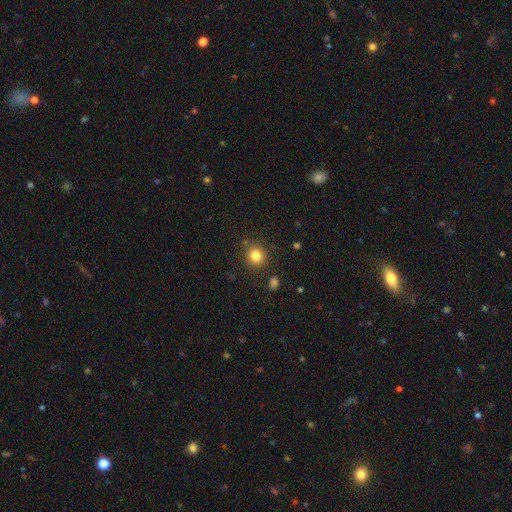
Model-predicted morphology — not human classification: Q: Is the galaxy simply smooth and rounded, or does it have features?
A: smooth — 82%.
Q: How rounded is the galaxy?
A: round — 87%.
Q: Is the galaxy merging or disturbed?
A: none — 87%.